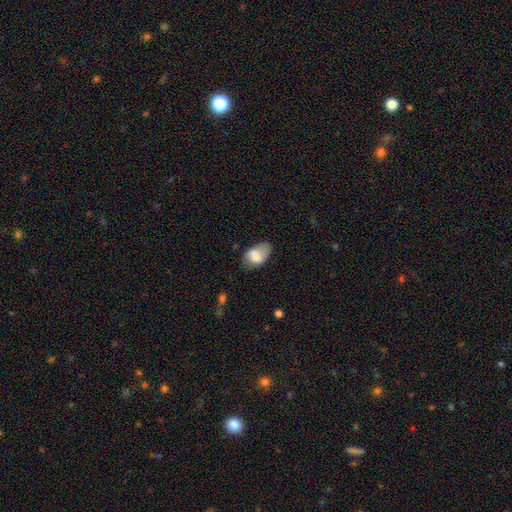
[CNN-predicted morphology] Smooth or featured? Predicted: smooth (p=0.74). How rounded? Predicted: in between (p=0.90). Merging? Predicted: none (p=0.61).